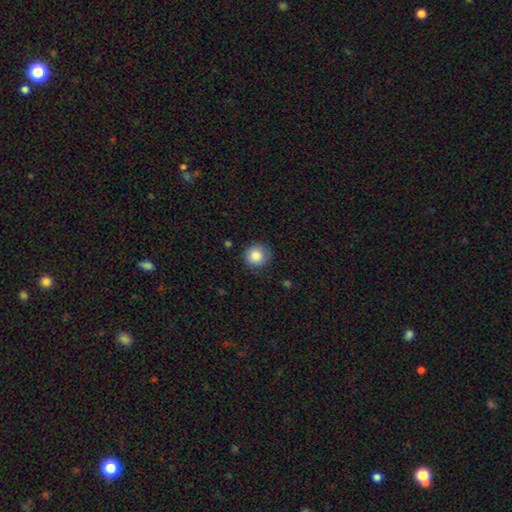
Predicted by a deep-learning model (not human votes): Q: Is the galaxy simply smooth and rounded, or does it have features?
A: smooth — 86%.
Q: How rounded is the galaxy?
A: round — 93%.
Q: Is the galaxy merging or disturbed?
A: none — 85%.